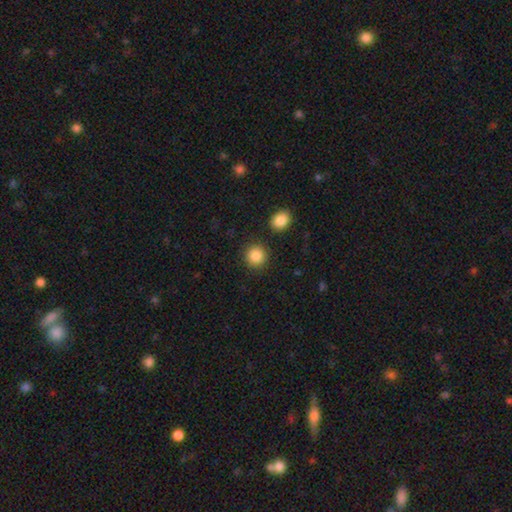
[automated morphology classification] The model was most divided on "smooth or featured": smooth: 87%, star or artifact: 9%, featured or disk: 4%. More confident: how rounded — round (92%); merging — none (88%).